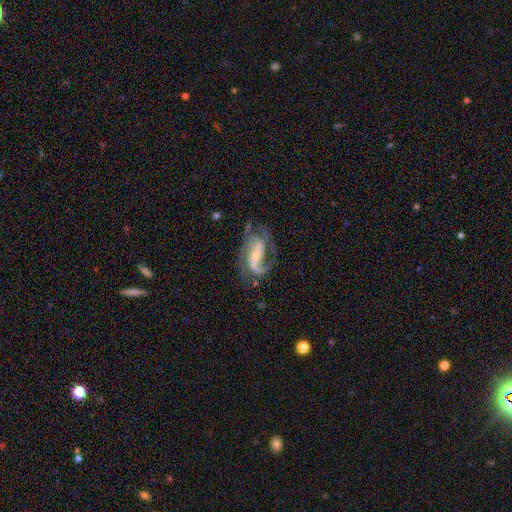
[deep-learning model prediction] Q: Smooth or featured?
A: featured or disk (82%); runner-up: smooth (12%)
Q: Edge-on disk?
A: no (95%); runner-up: yes (5%)
Q: Bar?
A: weak (39%); runner-up: strong (32%)
Q: Spiral arms?
A: yes (93%); runner-up: no (7%)
Q: Spiral winding?
A: medium (43%); runner-up: loose (41%)
Q: Spiral arm count?
A: 2 (51%); runner-up: 1 (29%)
Q: Bulge size?
A: small (51%); runner-up: moderate (31%)
Q: Merging?
A: none (49%); runner-up: major disturbance (28%)